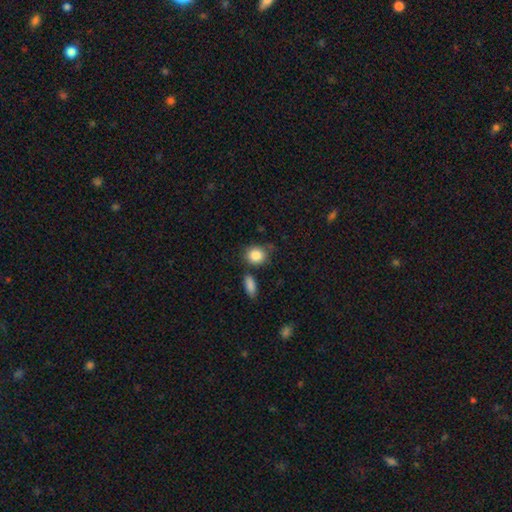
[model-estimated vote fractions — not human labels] Smooth or featured? smooth (87%)
How rounded? round (70%)
Merging? none (73%)